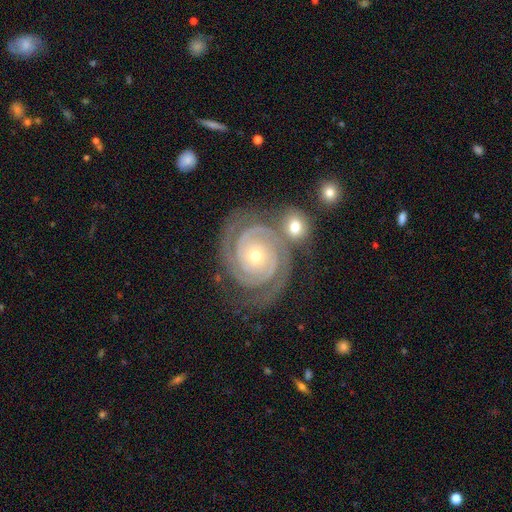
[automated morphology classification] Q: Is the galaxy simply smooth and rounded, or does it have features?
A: featured or disk — 93%.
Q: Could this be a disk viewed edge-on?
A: no — 98%.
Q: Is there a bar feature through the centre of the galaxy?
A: no — 81%.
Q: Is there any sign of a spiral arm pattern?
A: yes — 99%.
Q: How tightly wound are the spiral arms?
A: tight — 84%.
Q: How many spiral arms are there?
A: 2 — 73%.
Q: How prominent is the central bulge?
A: small — 60%.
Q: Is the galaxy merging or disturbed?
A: none — 70%.